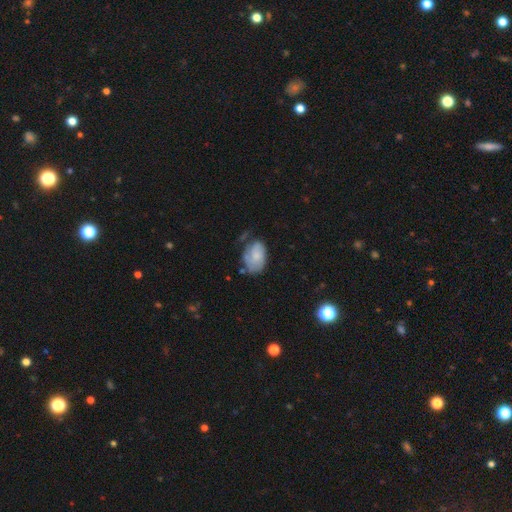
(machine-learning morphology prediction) Smooth or featured: smooth — 60% (featured or disk — 33%)
How rounded: in between — 87% (round — 11%)
Merging: none — 43% (minor disturbance — 33%)